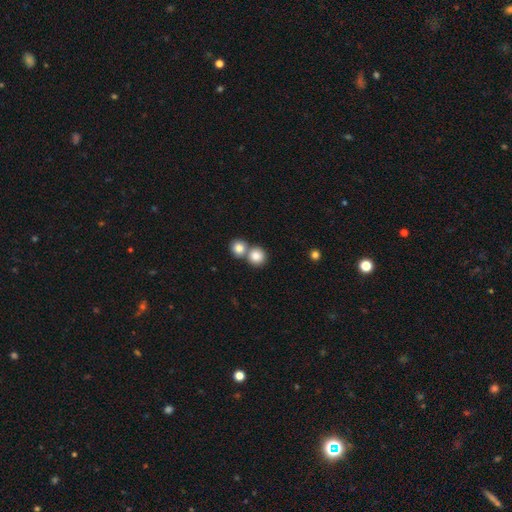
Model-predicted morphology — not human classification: This appears to be a smooth galaxy with no disk features (84%) that is round (88%). Merging: none (46%, tied with merger).